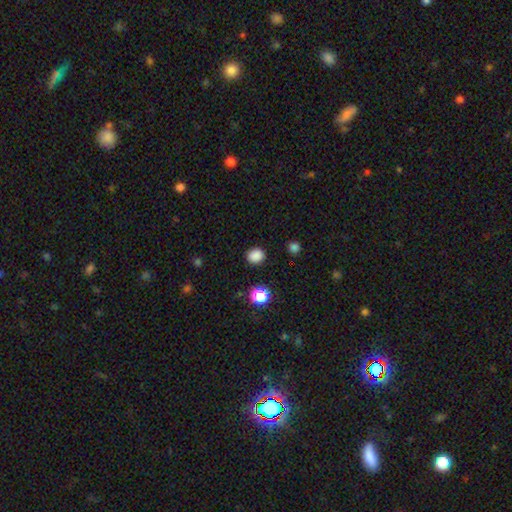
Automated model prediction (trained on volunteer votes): Overall: smooth (84%). How rounded: round (73%). Merging: none (88%).